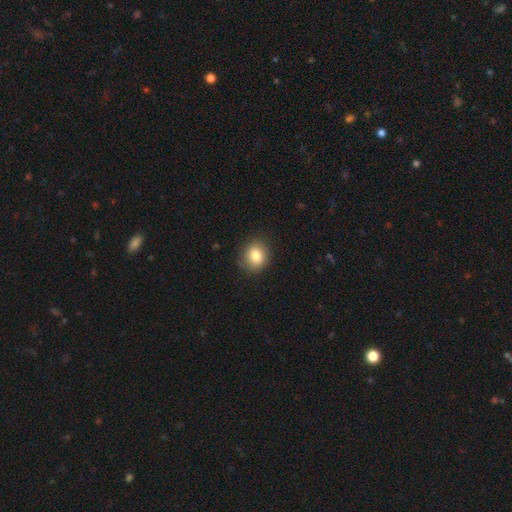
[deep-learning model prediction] The model was most divided on "how rounded": round: 65%, in between: 34%, cigar-shaped: 1%. More confident: merging — none (85%); smooth or featured — smooth (83%).